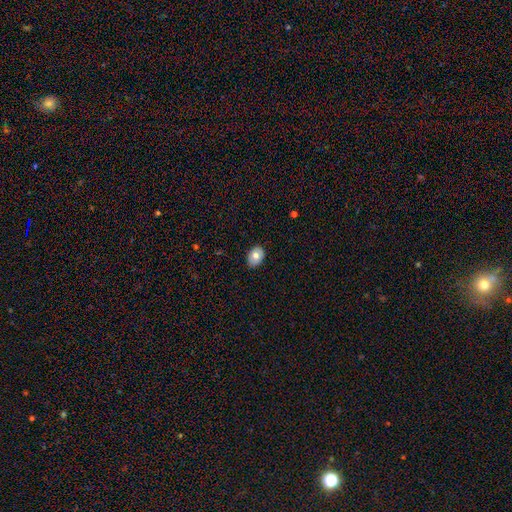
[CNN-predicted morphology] smooth_or_featured: smooth (p=0.72) [alt: featured or disk p=0.21]
how_rounded: in between (p=0.77) [alt: round p=0.22]
merging: none (p=0.87) [alt: minor disturbance p=0.10]